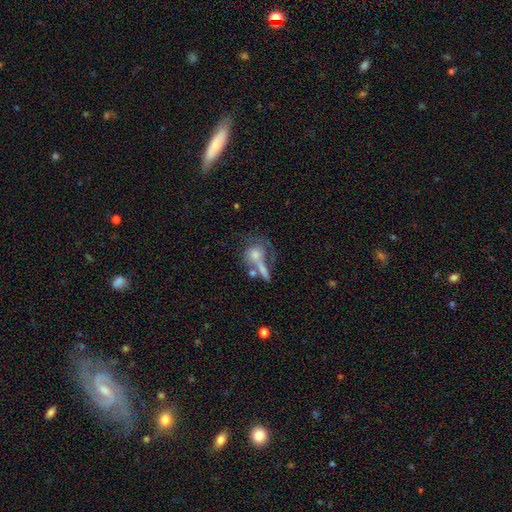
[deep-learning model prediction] Q: Smooth or featured?
A: smooth (61%); runner-up: featured or disk (29%)
Q: How rounded?
A: round (57%); runner-up: in between (33%)
Q: Merging?
A: merger (34%); runner-up: none (33%)